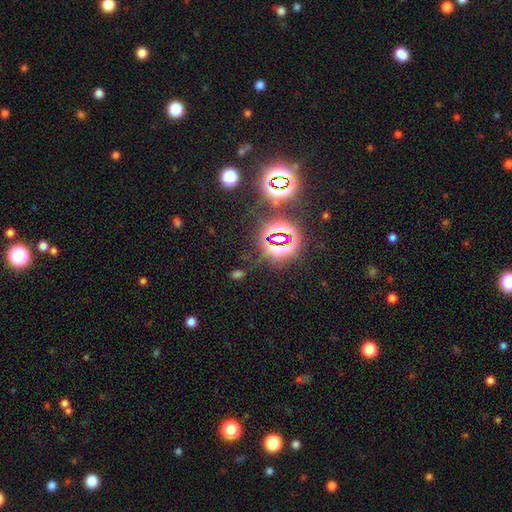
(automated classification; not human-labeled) This is clearly a star or artifact rather than a galaxy (81%).